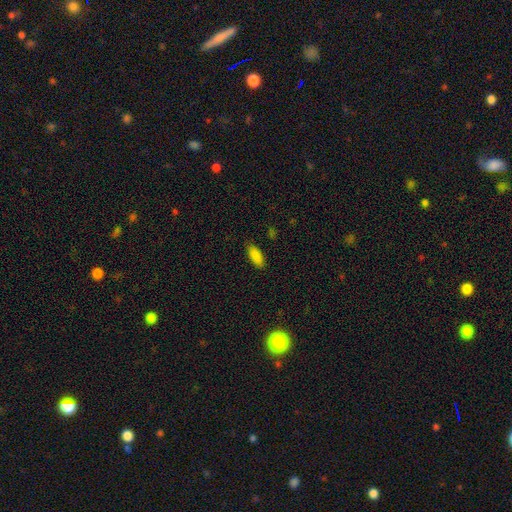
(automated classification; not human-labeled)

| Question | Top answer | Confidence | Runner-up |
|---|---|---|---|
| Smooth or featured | smooth | 87% | star or artifact (8%) |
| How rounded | in between | 77% | cigar-shaped (22%) |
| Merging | none | 85% | minor disturbance (11%) |